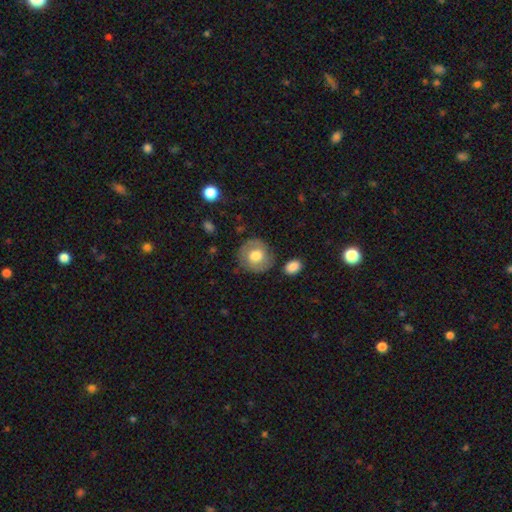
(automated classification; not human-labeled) Smooth or featured?
  - smooth: 57% *
  - featured or disk: 36%
  - star or artifact: 7%
How rounded?
  - round: 86% *
  - in between: 13%
  - cigar-shaped: 1%
Merging?
  - none: 78% *
  - minor disturbance: 14%
  - major disturbance: 5%
  - merger: 3%